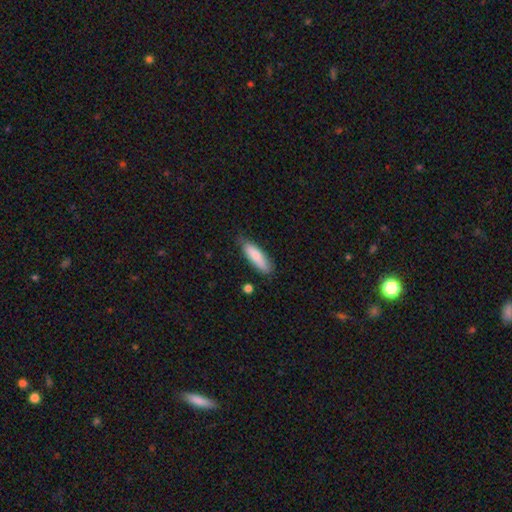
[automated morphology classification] Smooth or featured? smooth (80%)
How rounded? cigar-shaped (54%)
Merging? none (76%)